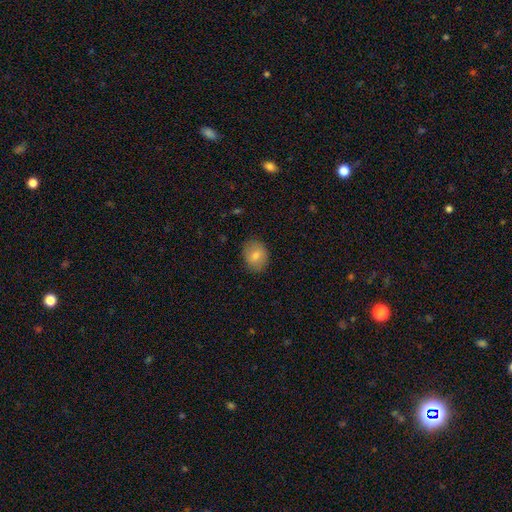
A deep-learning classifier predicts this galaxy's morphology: Smooth or featured? smooth (76%)
How rounded? round (52%)
Merging? none (83%)